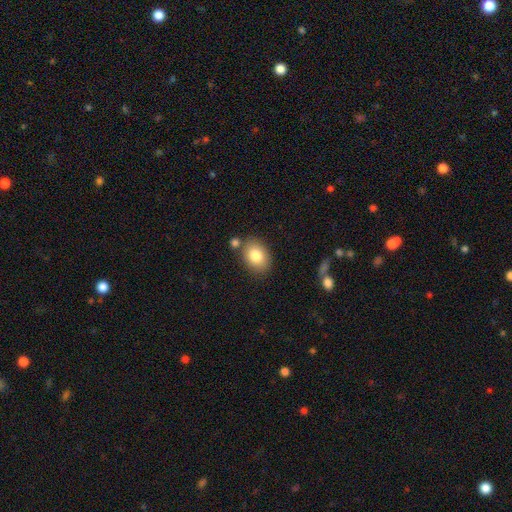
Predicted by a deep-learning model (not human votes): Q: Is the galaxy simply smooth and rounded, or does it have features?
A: smooth — 82%.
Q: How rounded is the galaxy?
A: in between — 73%.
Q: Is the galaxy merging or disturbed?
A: none — 76%.